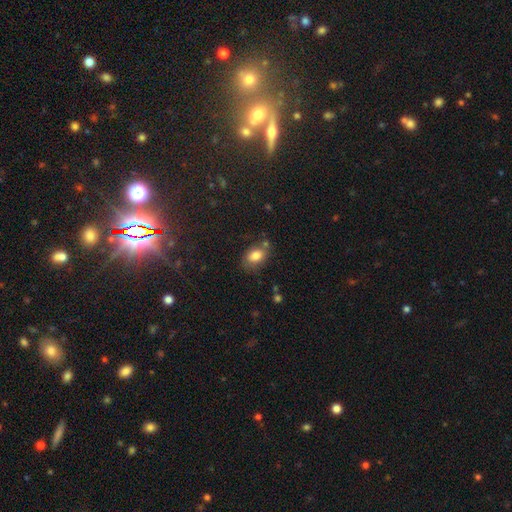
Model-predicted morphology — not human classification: The model was most divided on "merging": none: 66%, minor disturbance: 19%, merger: 9%, major disturbance: 5%. More confident: how rounded — in between (82%); smooth or featured — smooth (80%).